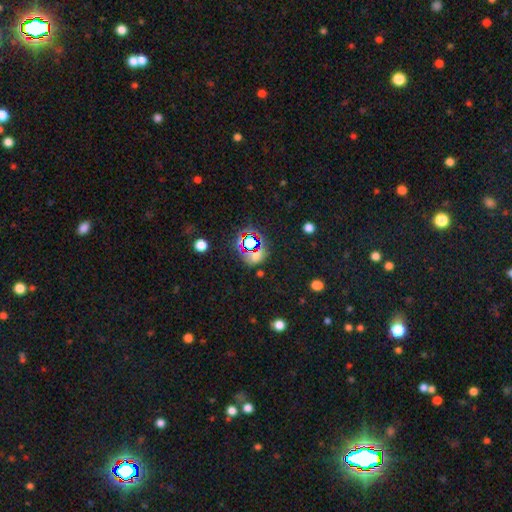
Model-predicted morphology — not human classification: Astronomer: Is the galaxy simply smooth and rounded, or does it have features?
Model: star or artifact — 56% (runner-up: smooth, 34%).